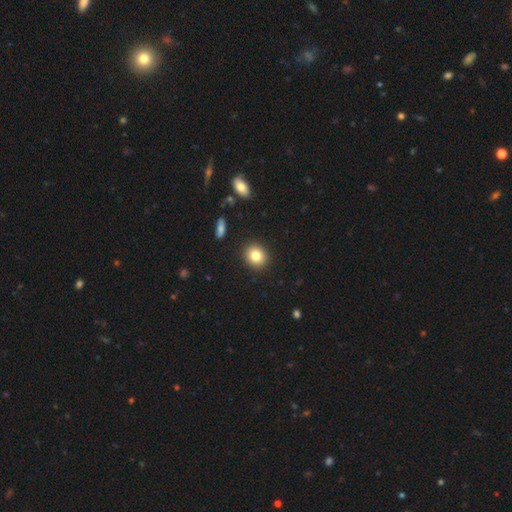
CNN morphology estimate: smooth-or-featured: smooth: 82% | star or artifact: 10% | featured or disk: 8%
  how-rounded: round: 72% | in between: 26% | cigar-shaped: 1%
  merging: none: 91% | minor disturbance: 6% | major disturbance: 2% | merger: 1%